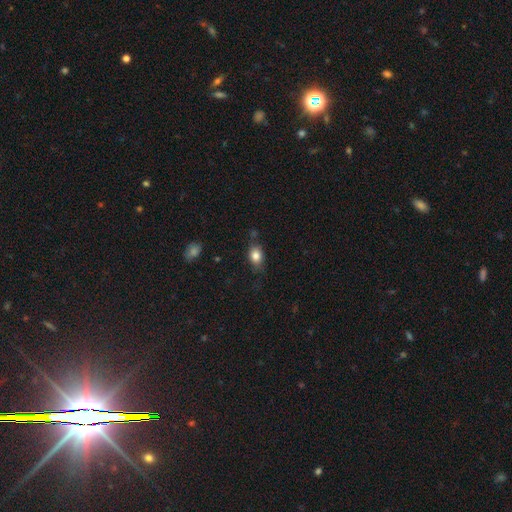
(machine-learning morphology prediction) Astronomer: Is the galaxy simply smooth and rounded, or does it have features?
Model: smooth — 82%.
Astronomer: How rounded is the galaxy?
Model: in between — 69%.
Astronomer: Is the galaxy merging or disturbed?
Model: none — 68%.